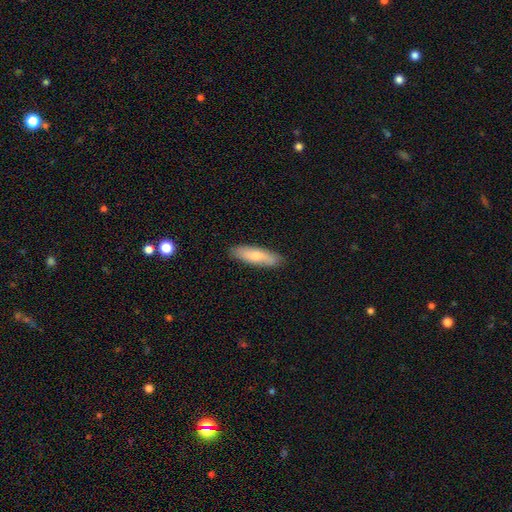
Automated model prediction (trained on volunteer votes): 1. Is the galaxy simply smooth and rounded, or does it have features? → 69% smooth, 25% featured or disk, 6% star or artifact.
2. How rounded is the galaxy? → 60% cigar-shaped, 38% in between, 2% round.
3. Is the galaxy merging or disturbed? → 86% none, 11% minor disturbance, 2% major disturbance, 1% merger.